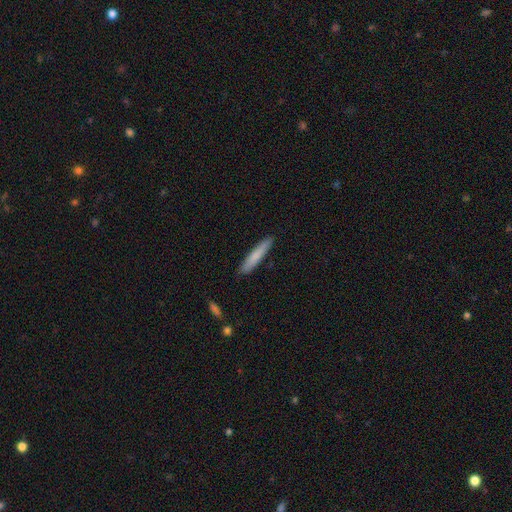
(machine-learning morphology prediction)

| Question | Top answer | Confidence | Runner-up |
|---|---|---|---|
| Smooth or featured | smooth | 77% | featured or disk (17%) |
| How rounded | cigar-shaped | 92% | in between (7%) |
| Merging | none | 89% | minor disturbance (8%) |